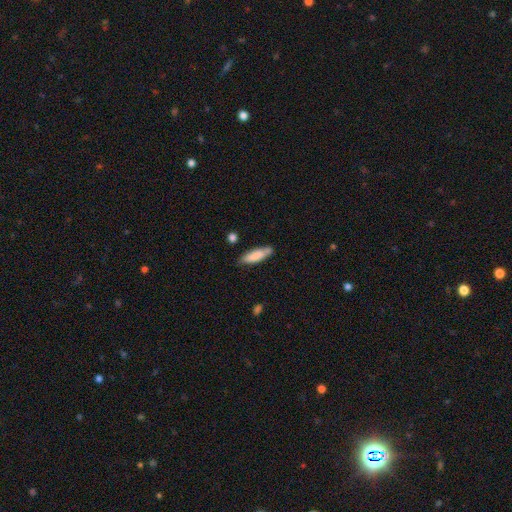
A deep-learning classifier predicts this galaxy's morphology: This appears to be a smooth galaxy with no disk features (81%) that is cigar-shaped (54%). Merging: none (66%).